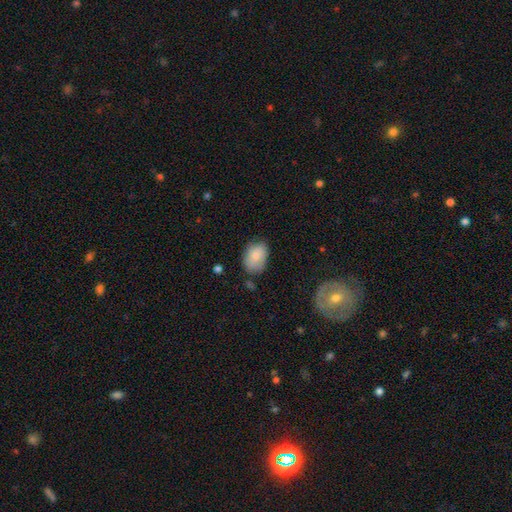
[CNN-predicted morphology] This appears to be a smooth galaxy with no disk features (82%) that is in between round and cigar-shaped (82%). Merging: none (68%).